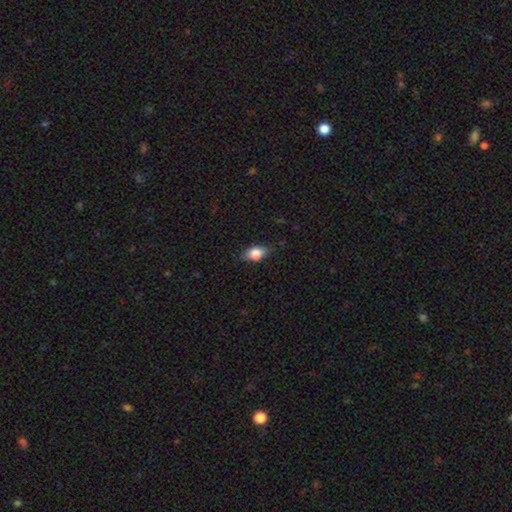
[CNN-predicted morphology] A smooth galaxy with no disk features (73%) that is in between round and cigar-shaped (76%).

Vote fractions:
- Smooth or featured? smooth: 73% / featured or disk: 18% / star or artifact: 9%
- How rounded? in between: 76% / round: 18% / cigar-shaped: 6%
- Merging? none: 74% / minor disturbance: 20% / major disturbance: 5% / merger: 1%